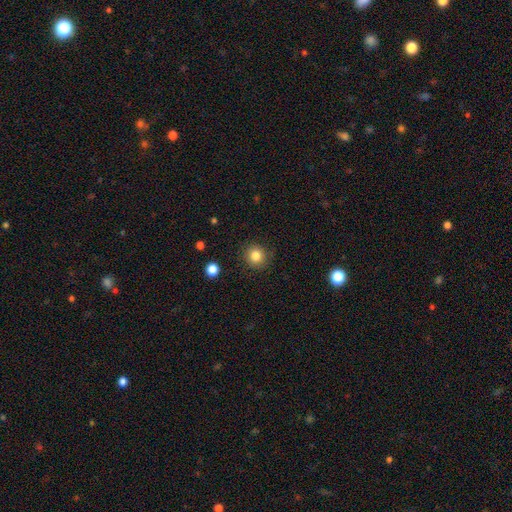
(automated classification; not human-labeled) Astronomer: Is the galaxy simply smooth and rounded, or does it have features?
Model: smooth — 83%.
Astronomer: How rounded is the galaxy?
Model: round — 91%.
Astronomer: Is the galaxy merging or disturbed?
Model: none — 88%.